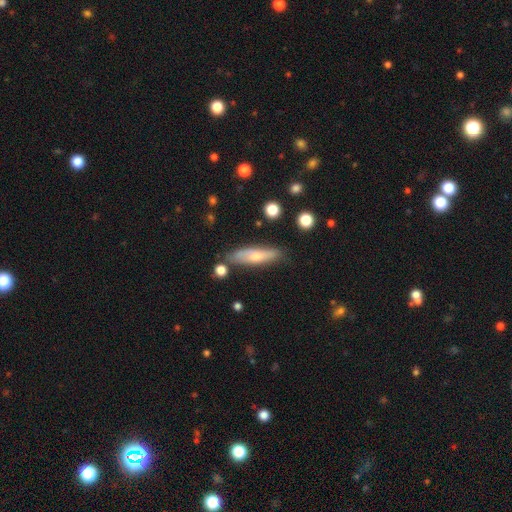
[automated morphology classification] Smooth or featured: smooth — 58% (featured or disk — 35%)
How rounded: cigar-shaped — 73% (in between — 25%)
Merging: none — 79% (minor disturbance — 14%)